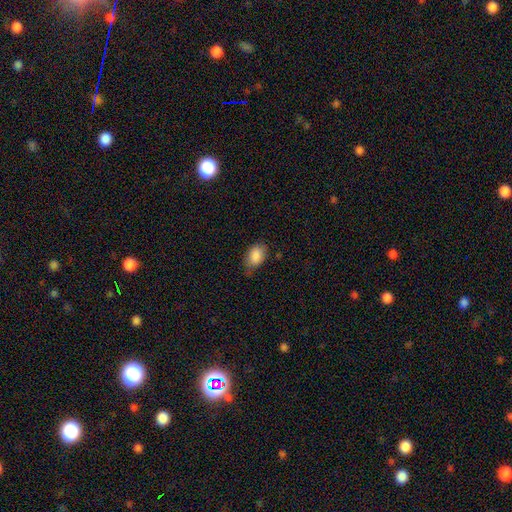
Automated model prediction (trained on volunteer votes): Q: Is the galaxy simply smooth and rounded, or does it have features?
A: smooth — 87%.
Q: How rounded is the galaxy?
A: in between — 84%.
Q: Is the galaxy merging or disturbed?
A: none — 62%.